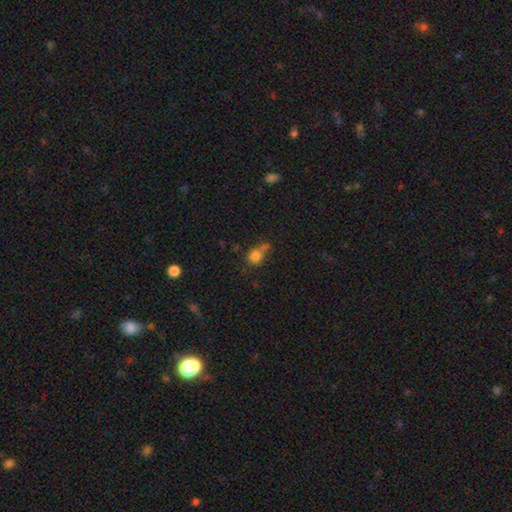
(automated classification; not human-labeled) Smooth or featured? Predicted: smooth (p=0.79). How rounded? Predicted: round (p=0.76). Merging? Predicted: none (p=0.45).